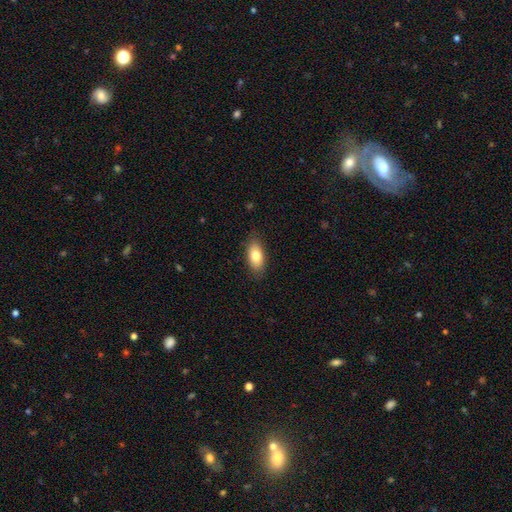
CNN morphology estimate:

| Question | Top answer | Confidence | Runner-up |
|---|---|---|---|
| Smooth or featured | smooth | 79% | featured or disk (14%) |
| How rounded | in between | 88% | cigar-shaped (8%) |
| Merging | none | 85% | minor disturbance (12%) |